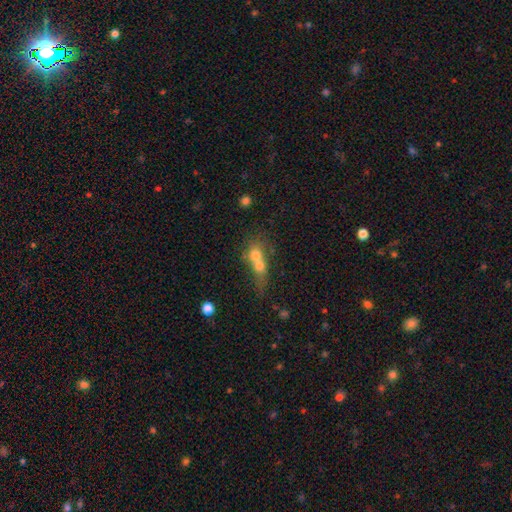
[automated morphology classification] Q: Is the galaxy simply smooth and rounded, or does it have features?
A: smooth — 64%.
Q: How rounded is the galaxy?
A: round — 60%.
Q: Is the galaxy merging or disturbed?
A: merger — 73%.